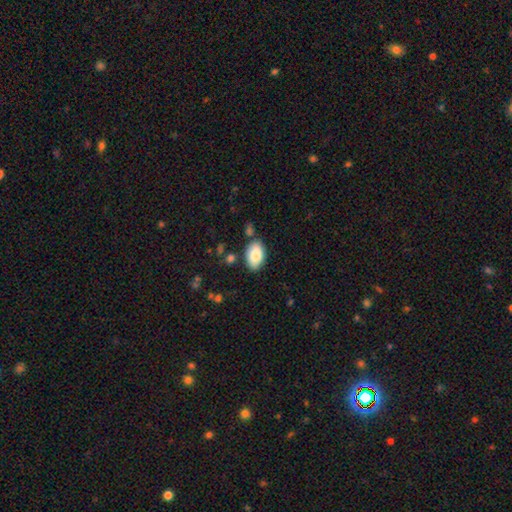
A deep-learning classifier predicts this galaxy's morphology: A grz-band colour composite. It shows a smooth galaxy with no disk features (84%) that is in between round and cigar-shaped (93%). Merging: none (78%).